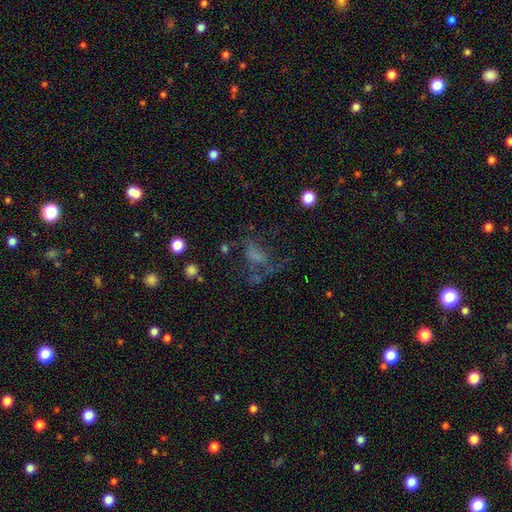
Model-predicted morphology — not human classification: type=featured or disk (35%); merging=major disturbance (42%).